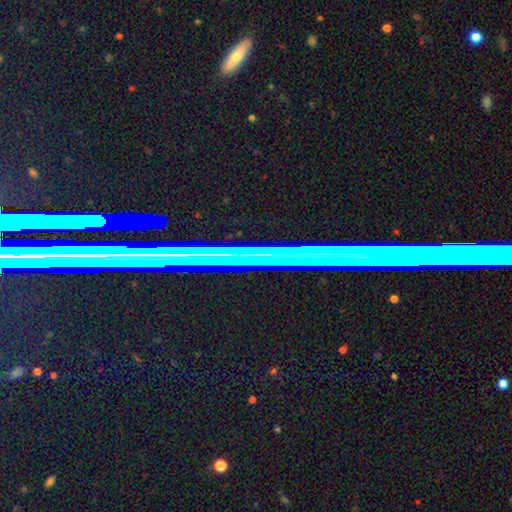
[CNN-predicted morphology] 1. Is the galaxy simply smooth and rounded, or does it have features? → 63% star or artifact, 24% featured or disk, 13% smooth.